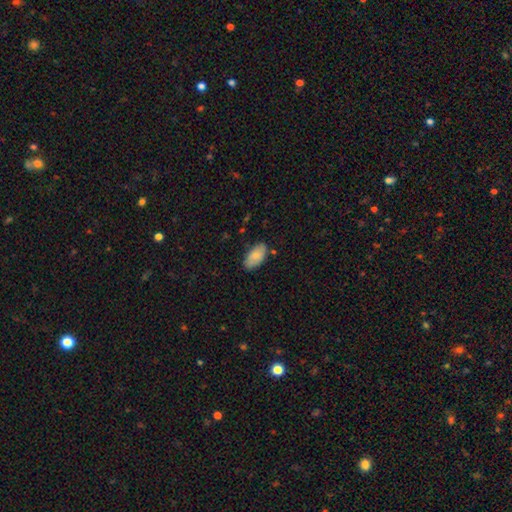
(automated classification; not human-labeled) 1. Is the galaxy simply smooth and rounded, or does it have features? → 80% smooth, 13% featured or disk, 6% star or artifact.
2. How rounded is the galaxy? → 94% in between, 3% cigar-shaped, 3% round.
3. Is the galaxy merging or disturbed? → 79% none, 16% minor disturbance, 3% major disturbance, 2% merger.